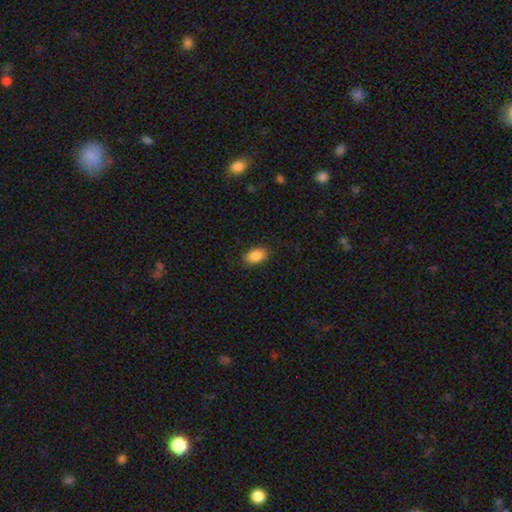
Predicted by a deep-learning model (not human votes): A smooth galaxy with no disk features (87%) that is in between round and cigar-shaped (89%). Merging: none (86%).